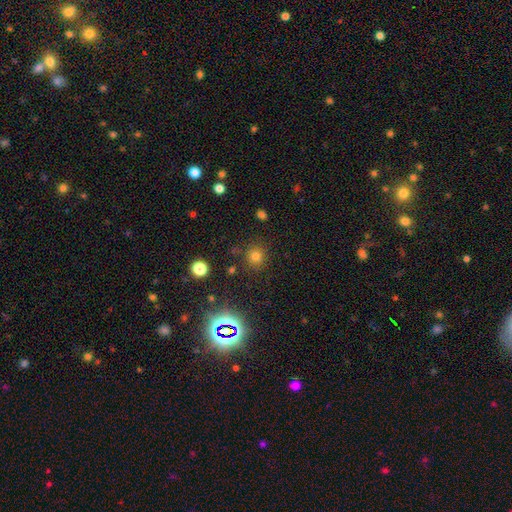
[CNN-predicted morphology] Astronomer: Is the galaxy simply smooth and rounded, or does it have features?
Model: smooth — 73%.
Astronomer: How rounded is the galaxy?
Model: round — 91%.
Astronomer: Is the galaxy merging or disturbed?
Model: none — 84%.